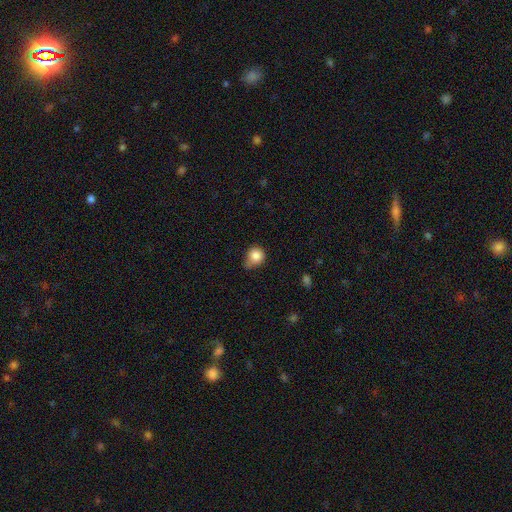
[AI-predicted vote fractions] Q: Smooth or featured?
A: smooth (84%); runner-up: star or artifact (10%)
Q: How rounded?
A: round (80%); runner-up: in between (19%)
Q: Merging?
A: none (46%); runner-up: minor disturbance (40%)